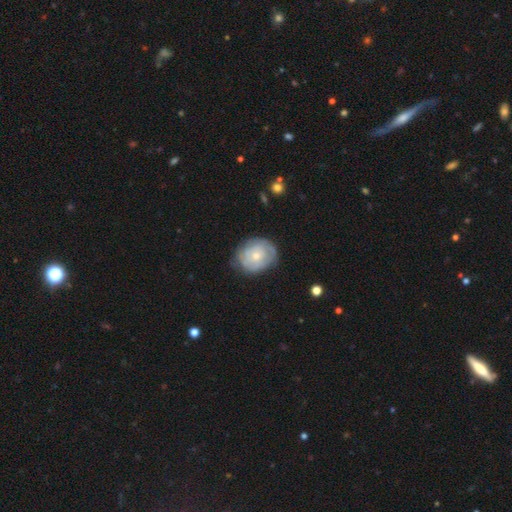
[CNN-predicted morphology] The model was most divided on "smooth or featured": featured or disk: 53%, smooth: 41%, star or artifact: 6%. More confident: edge-on disk — no (96%); bar — no (86%); merging — none (70%); spiral arms — yes (58%); bulge size — small (56%).